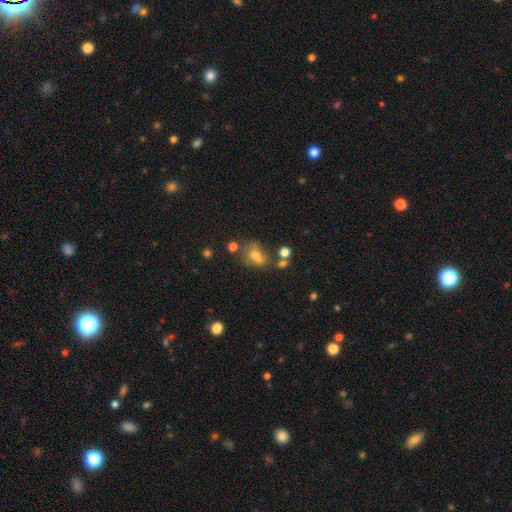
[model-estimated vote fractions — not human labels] This is likely a smooth galaxy (63%). How rounded: possibly in between (54%). Merging: marginally none (44%).